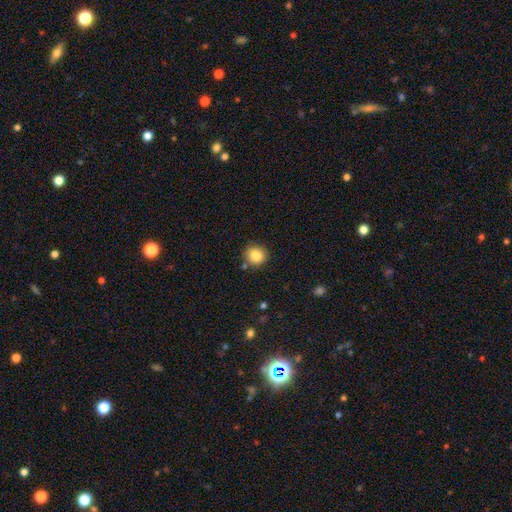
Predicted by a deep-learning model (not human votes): smooth 86%, star or artifact 9%, featured or disk 5%. Down the decision tree: how rounded — round (87%); merging — none (81%).